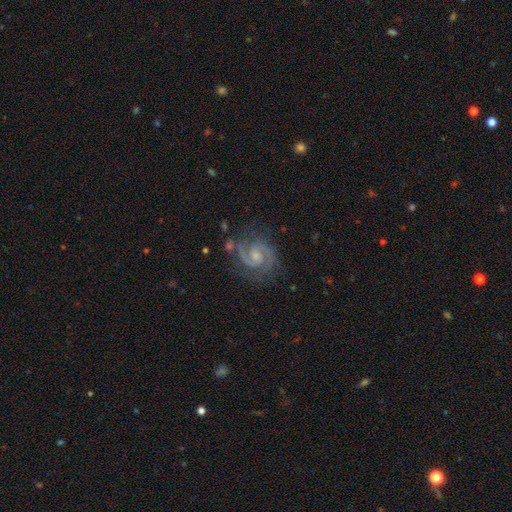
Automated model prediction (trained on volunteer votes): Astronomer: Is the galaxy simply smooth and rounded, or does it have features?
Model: featured or disk — 91%.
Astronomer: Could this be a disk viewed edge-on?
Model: no — 98%.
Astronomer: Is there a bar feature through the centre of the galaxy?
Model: no — 49% (runner-up: weak, 42%).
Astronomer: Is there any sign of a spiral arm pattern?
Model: yes — 98%.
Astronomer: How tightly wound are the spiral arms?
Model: medium — 51% (runner-up: tight, 42%).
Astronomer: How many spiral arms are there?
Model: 2 — 92%.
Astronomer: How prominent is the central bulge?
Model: small — 52% (runner-up: moderate, 36%).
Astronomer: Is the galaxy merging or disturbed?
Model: none — 76%.